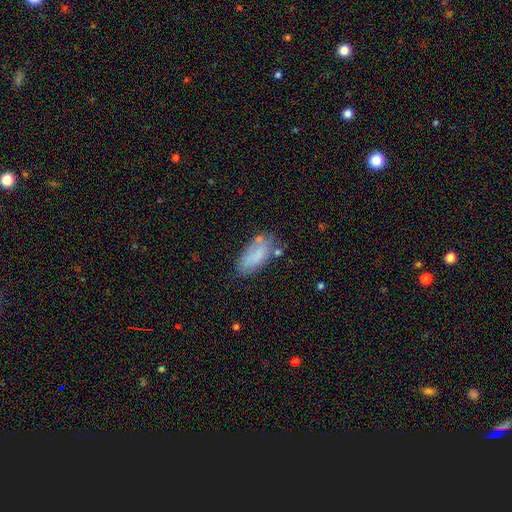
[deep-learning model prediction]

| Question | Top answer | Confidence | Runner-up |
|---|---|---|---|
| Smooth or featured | smooth | 73% | featured or disk (19%) |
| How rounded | in between | 87% | cigar-shaped (11%) |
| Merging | none | 57% | minor disturbance (26%) |